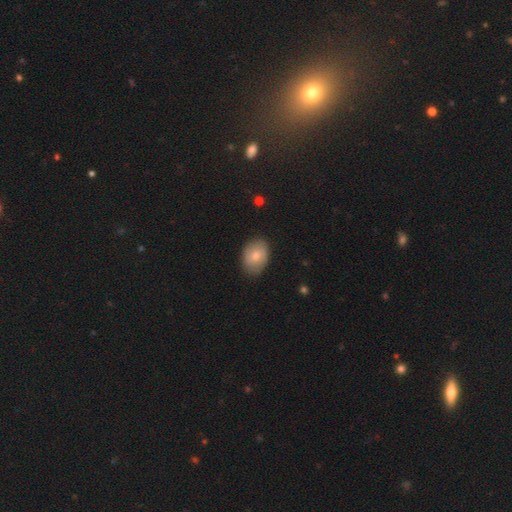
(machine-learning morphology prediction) Q: Smooth or featured?
A: smooth (67%); runner-up: featured or disk (27%)
Q: How rounded?
A: in between (77%); runner-up: round (22%)
Q: Merging?
A: none (80%); runner-up: minor disturbance (15%)